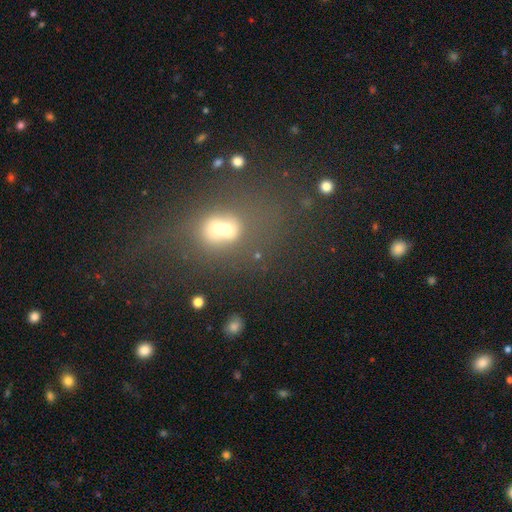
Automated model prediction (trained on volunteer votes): Overall: smooth (53%; star or artifact 30%). How rounded: in between (66%; round 29%). Merging: none (66%).